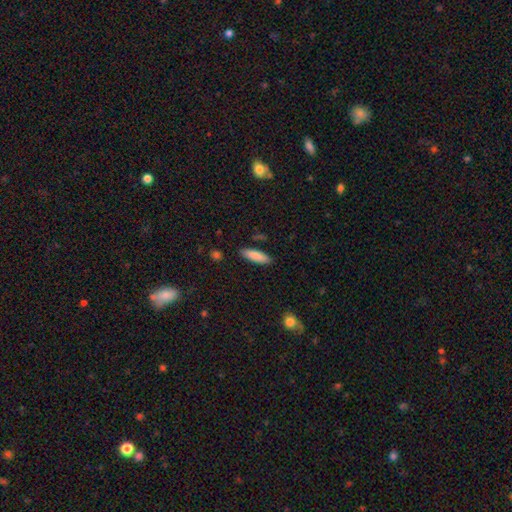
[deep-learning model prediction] Smooth or featured: smooth — 86% (featured or disk — 8%)
How rounded: cigar-shaped — 53% (in between — 45%)
Merging: none — 87% (minor disturbance — 9%)